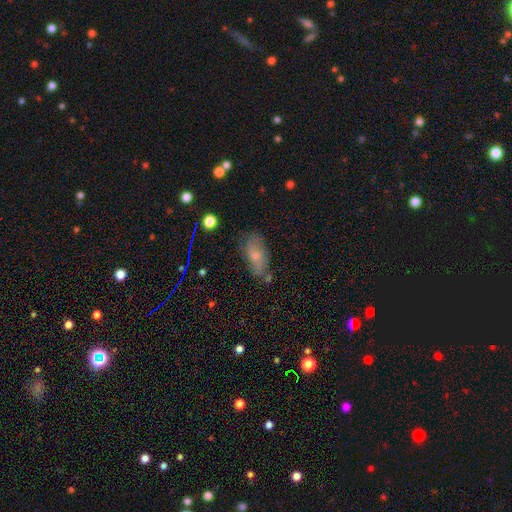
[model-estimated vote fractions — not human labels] Smooth or featured? Predicted: smooth (p=0.58). How rounded? Predicted: in between (p=0.86). Merging? Predicted: none (p=0.59).